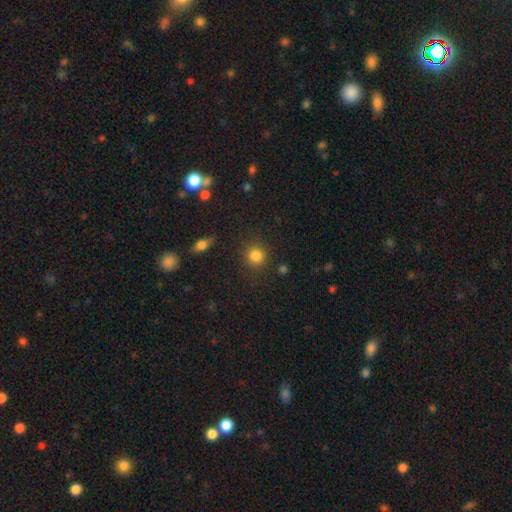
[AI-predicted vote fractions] smooth_or_featured: smooth (p=0.83) [alt: star or artifact p=0.12]
how_rounded: round (p=0.91) [alt: in between p=0.08]
merging: none (p=0.86) [alt: minor disturbance p=0.08]